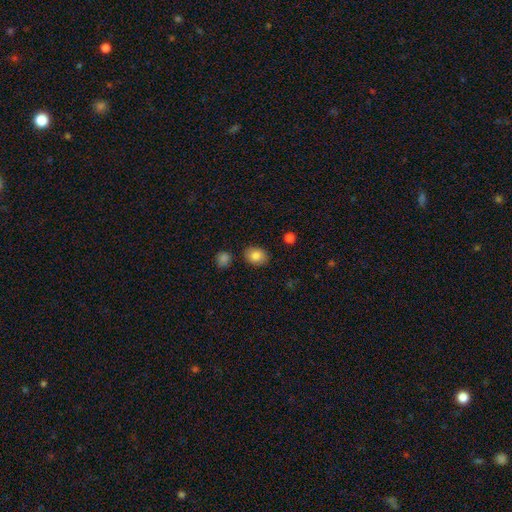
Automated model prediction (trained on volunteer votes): Morphology: type=smooth (84%); roundness=in between (60%); merging=none (86%).